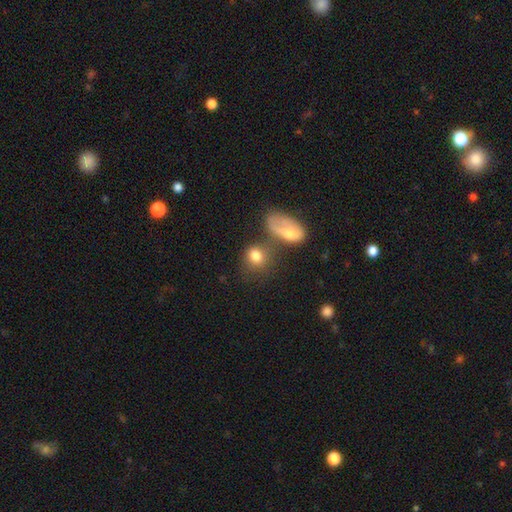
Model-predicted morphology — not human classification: The model was most divided on "merging": none: 46%, merger: 28%, minor disturbance: 15%, major disturbance: 10%. More confident: smooth or featured — smooth (78%); how rounded — round (59%).